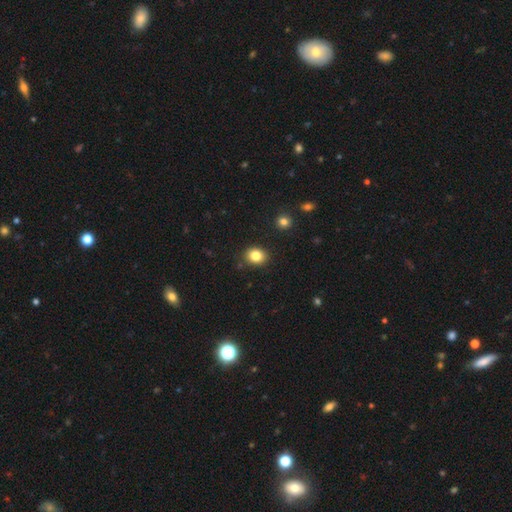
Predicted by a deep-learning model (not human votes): This appears to be a smooth galaxy with no disk features (83%) that is round (59%). Merging: none (88%).